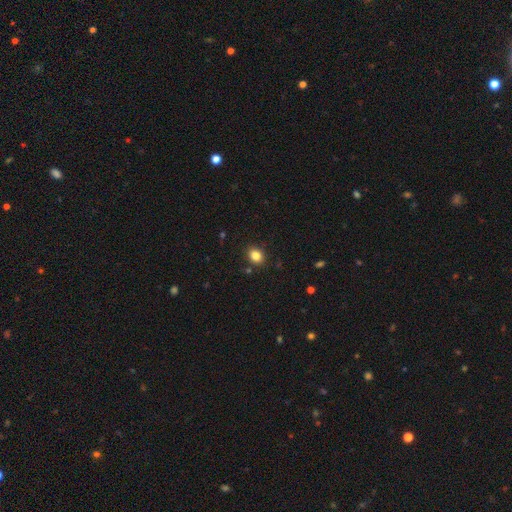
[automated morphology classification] Q: Smooth or featured?
A: smooth (84%); runner-up: star or artifact (11%)
Q: How rounded?
A: round (56%); runner-up: in between (44%)
Q: Merging?
A: none (87%); runner-up: minor disturbance (8%)